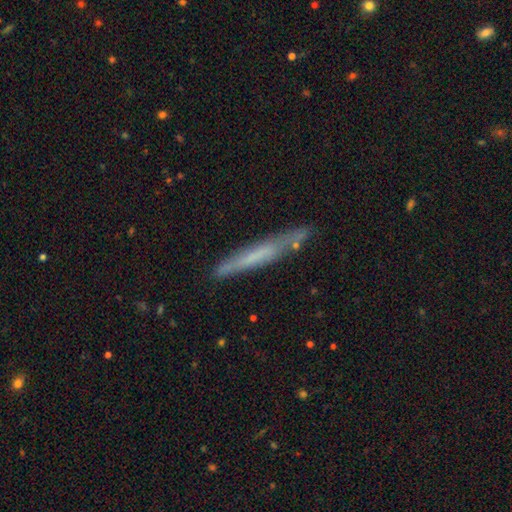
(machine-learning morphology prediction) smooth_or_featured: smooth (p=0.48) [alt: featured or disk p=0.44]
merging: none (p=0.77) [alt: minor disturbance p=0.16]